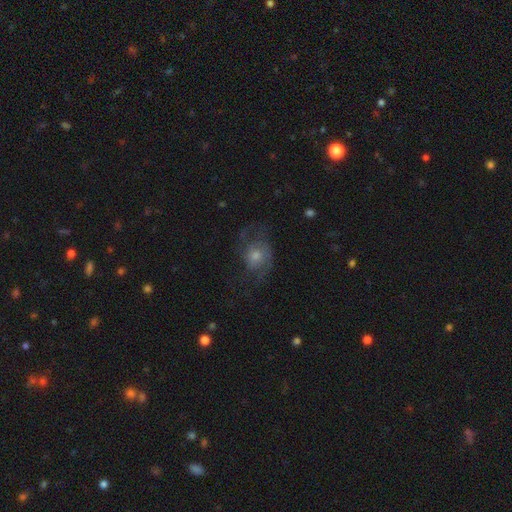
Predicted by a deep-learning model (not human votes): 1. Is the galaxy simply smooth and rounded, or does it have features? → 63% featured or disk, 25% smooth, 12% star or artifact.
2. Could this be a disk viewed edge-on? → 97% no, 3% yes.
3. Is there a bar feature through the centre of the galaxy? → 77% no, 20% weak, 3% strong.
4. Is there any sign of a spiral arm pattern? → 84% yes, 16% no.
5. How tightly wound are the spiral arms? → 46% medium, 31% loose, 24% tight.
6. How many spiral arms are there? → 61% 2, 19% can't tell, 8% 1, 6% 3, 3% 4, 2% more than 4.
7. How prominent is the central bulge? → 50% moderate, 37% small, 7% large, 4% none, 2% dominant.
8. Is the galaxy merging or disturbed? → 56% none, 22% major disturbance, 20% minor disturbance, 1% merger.